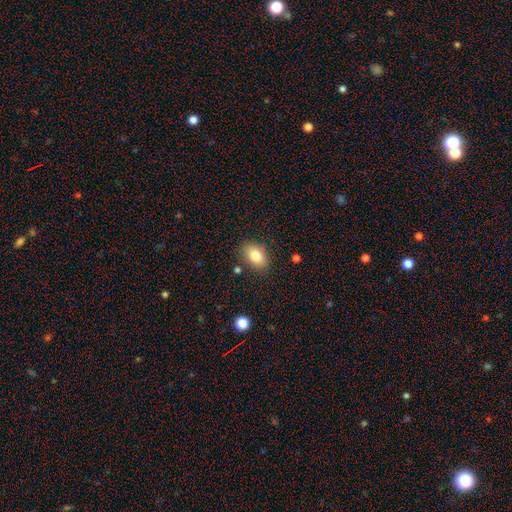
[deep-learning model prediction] Smooth or featured?
  - smooth: 82% *
  - featured or disk: 9%
  - star or artifact: 9%
How rounded?
  - in between: 80% *
  - round: 19%
  - cigar-shaped: 1%
Merging?
  - none: 82% *
  - minor disturbance: 12%
  - major disturbance: 3%
  - merger: 3%